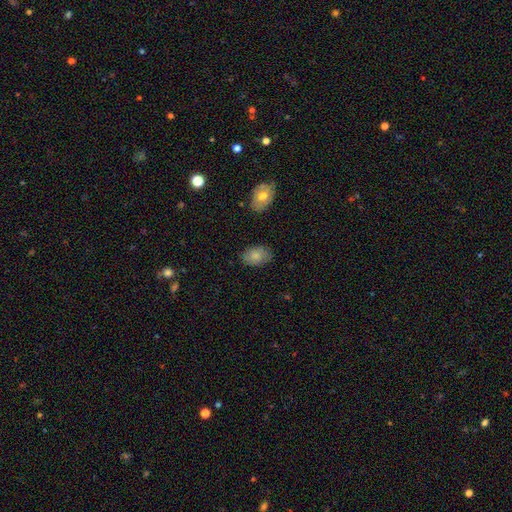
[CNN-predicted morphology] smooth 80%, featured or disk 13%, star or artifact 7%. Down the decision tree: how rounded — in between (87%); merging — none (79%).